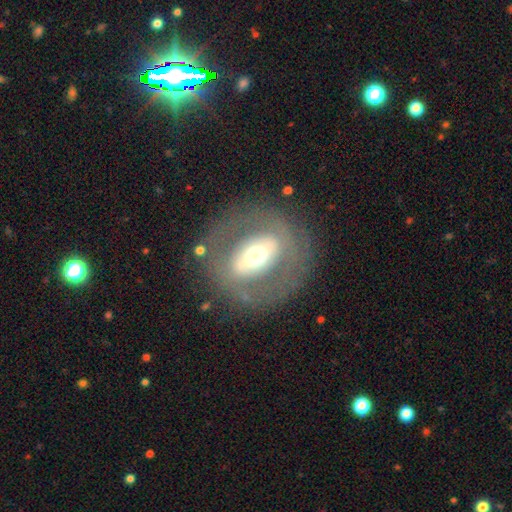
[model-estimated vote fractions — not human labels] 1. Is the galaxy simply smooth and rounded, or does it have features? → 59% featured or disk, 33% smooth, 8% star or artifact.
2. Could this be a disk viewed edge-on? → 88% no, 12% yes.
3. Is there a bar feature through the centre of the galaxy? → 43% strong, 34% no, 23% weak.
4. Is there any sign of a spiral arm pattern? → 86% no, 14% yes.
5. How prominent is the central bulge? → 59% moderate, 25% large, 9% small, 5% dominant, 1% none.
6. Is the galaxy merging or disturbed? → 77% none, 11% minor disturbance, 11% major disturbance, 2% merger.